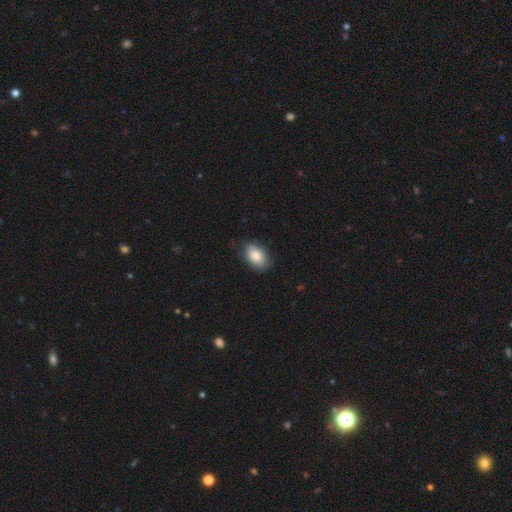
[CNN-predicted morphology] Smooth or featured? Predicted: smooth (p=0.84). How rounded? Predicted: in between (p=0.90). Merging? Predicted: none (p=0.77).